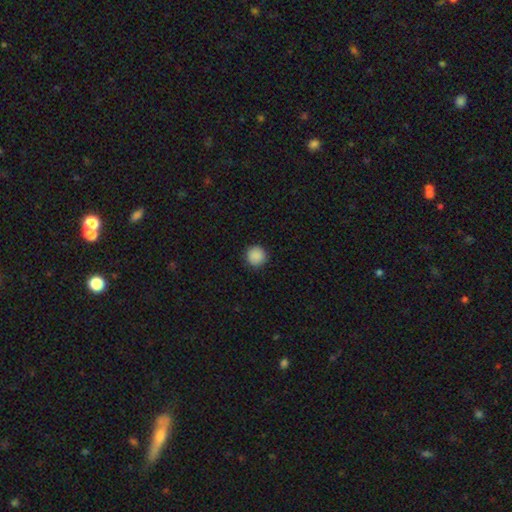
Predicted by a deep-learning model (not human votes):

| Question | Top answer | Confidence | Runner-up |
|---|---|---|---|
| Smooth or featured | smooth | 89% | star or artifact (8%) |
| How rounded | round | 96% | in between (3%) |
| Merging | none | 92% | minor disturbance (5%) |